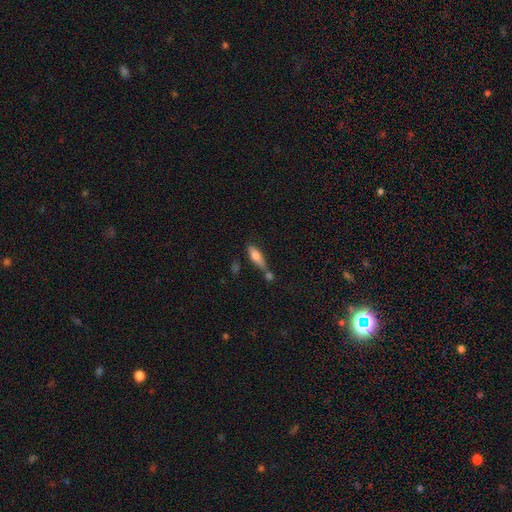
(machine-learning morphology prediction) Smooth or featured?
  - smooth: 69% *
  - featured or disk: 24%
  - star or artifact: 7%
How rounded?
  - in between: 50% *
  - cigar-shaped: 47%
  - round: 3%
Merging?
  - none: 46% *
  - merger: 30%
  - minor disturbance: 18%
  - major disturbance: 6%